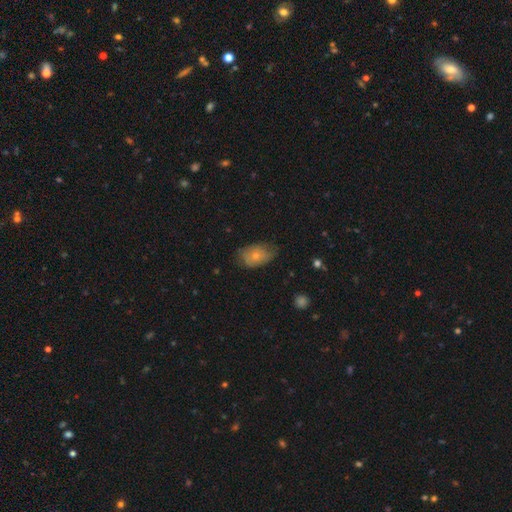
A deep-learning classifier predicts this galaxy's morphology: The model was most divided on "merging": none: 60%, minor disturbance: 31%, major disturbance: 8%, merger: 1%. More confident: how rounded — in between (84%); smooth or featured — smooth (69%).